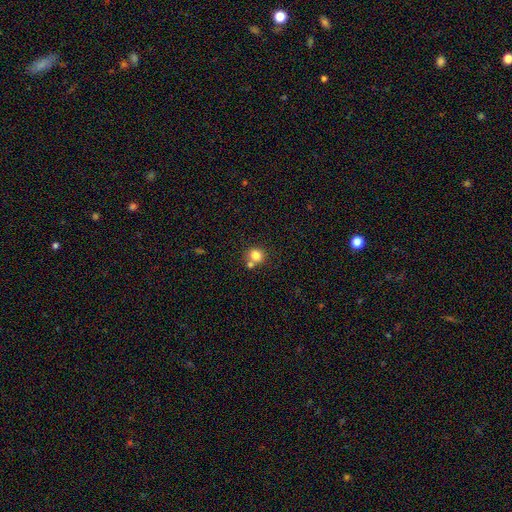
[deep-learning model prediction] A smooth galaxy with no disk features (81%) that is round (80%).

Vote fractions:
- Smooth or featured? smooth: 81% / star or artifact: 11% / featured or disk: 8%
- How rounded? round: 80% / in between: 19% / cigar-shaped: 1%
- Merging? none: 59% / merger: 29% / minor disturbance: 9% / major disturbance: 3%